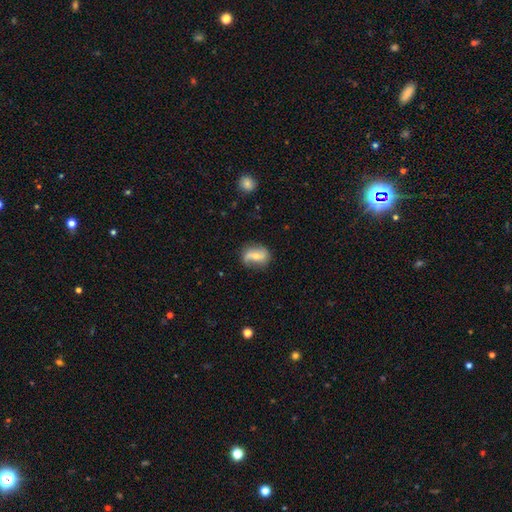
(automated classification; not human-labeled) Smooth or featured? Predicted: featured or disk (p=0.60). Edge-on disk? Predicted: no (p=0.95). Bar? Predicted: no (p=0.41). Spiral arms? Predicted: yes (p=0.85). Bulge size? Predicted: moderate (p=0.47). Merging? Predicted: none (p=0.67).